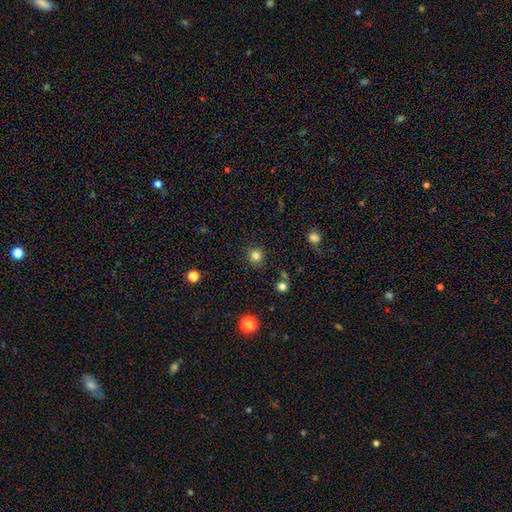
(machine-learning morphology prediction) Smooth or featured?
  - smooth: 82% *
  - star or artifact: 13%
  - featured or disk: 4%
How rounded?
  - round: 94% *
  - in between: 6%
  - cigar-shaped: 1%
Merging?
  - none: 88% *
  - minor disturbance: 7%
  - major disturbance: 3%
  - merger: 2%